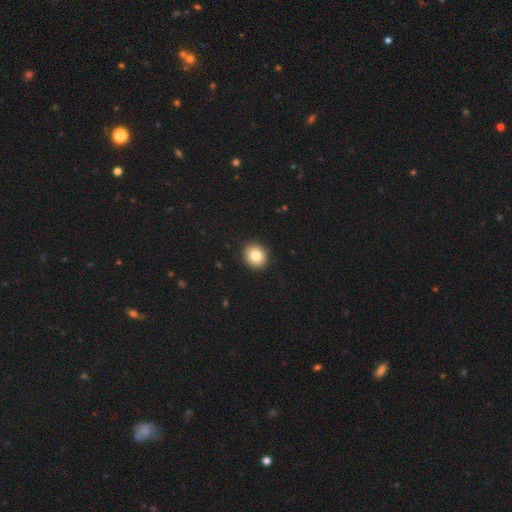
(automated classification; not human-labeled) smooth 82%, star or artifact 9%, featured or disk 9%. Down the decision tree: how rounded — round (75%); merging — none (91%).